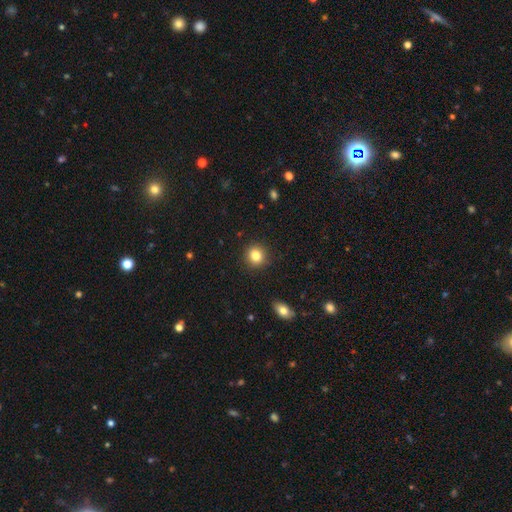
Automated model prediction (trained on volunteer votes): This is clearly a smooth galaxy (83%). How rounded: clearly round (89%). Merging: clearly none (91%).